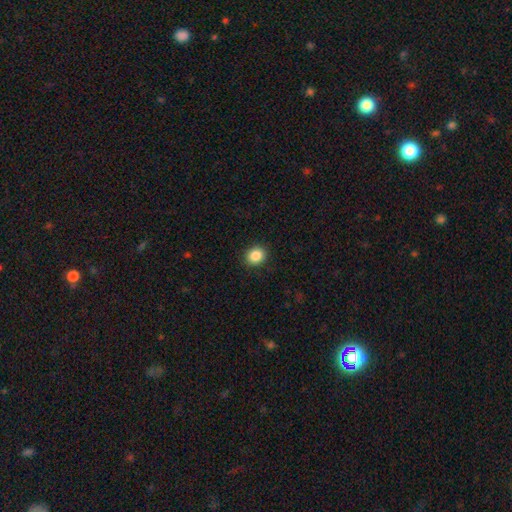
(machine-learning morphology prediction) Smooth or featured? Predicted: smooth (p=0.87). How rounded? Predicted: round (p=0.70). Merging? Predicted: none (p=0.90).